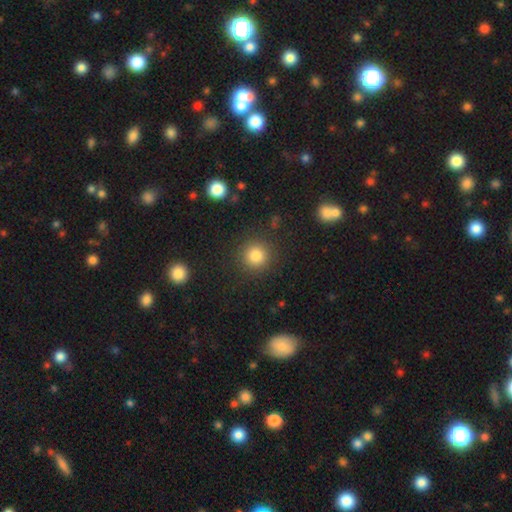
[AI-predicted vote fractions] Smooth or featured? Predicted: smooth (p=0.83). How rounded? Predicted: round (p=0.93). Merging? Predicted: none (p=0.89).